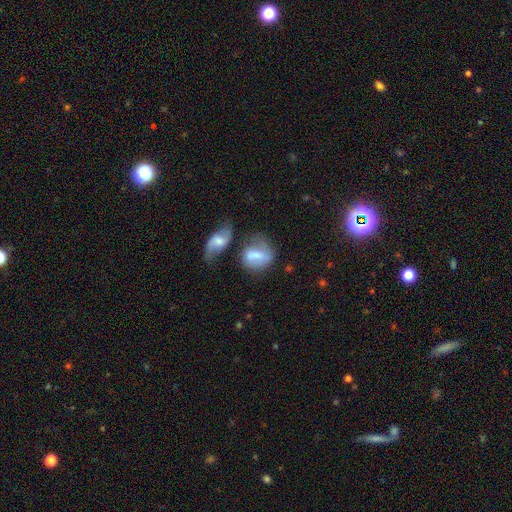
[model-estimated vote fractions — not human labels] smooth 62%, featured or disk 29%, star or artifact 9%. Down the decision tree: how rounded — in between (57%); merging — none (38%).